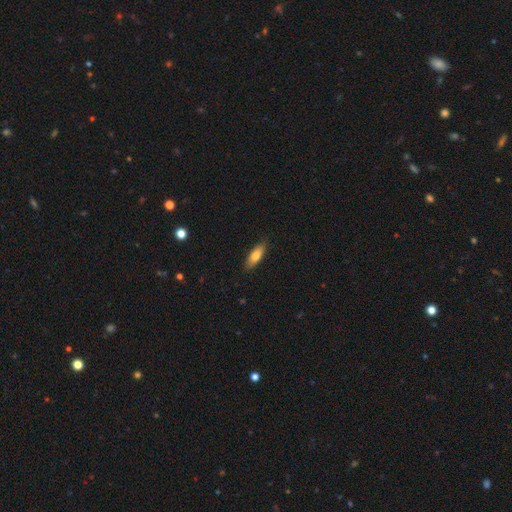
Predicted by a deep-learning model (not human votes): Overall: smooth (75%). How rounded: in between (61%; cigar-shaped 37%). Merging: none (87%).